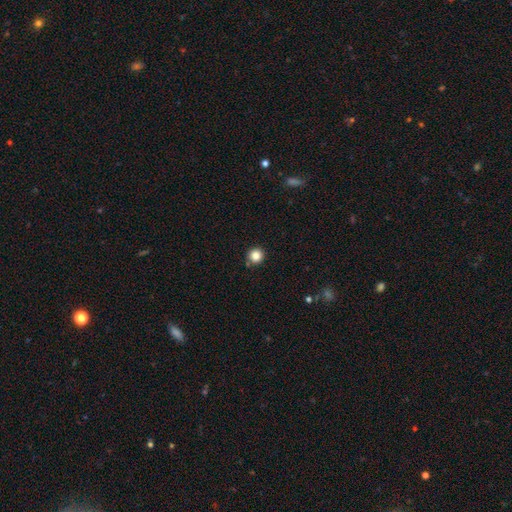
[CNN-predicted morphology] smooth-or-featured: smooth: 84% | star or artifact: 11% | featured or disk: 4%
  how-rounded: round: 95% | in between: 4% | cigar-shaped: 1%
  merging: none: 89% | minor disturbance: 6% | merger: 3% | major disturbance: 2%